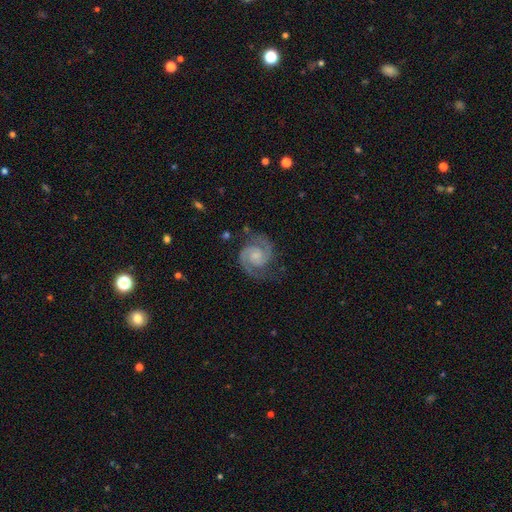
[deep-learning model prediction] smooth-or-featured: featured or disk: 91% | star or artifact: 5% | smooth: 5%
  disk-edge-on: no: 98% | yes: 2%
    bar: no: 58% | weak: 35% | strong: 7%
    has-spiral-arms: yes: 98% | no: 2%
      spiral-winding: medium: 50% | tight: 43% | loose: 7%
      spiral-arm-count: 2: 93% | can't tell: 2% | 3: 2% | 1: 1% | 4: 1% | more than 4: 1%
    bulge-size: small: 32% | moderate: 31% | none: 30% | large: 6% | dominant: 1%
  merging: none: 77% | minor disturbance: 15% | major disturbance: 6% | merger: 2%